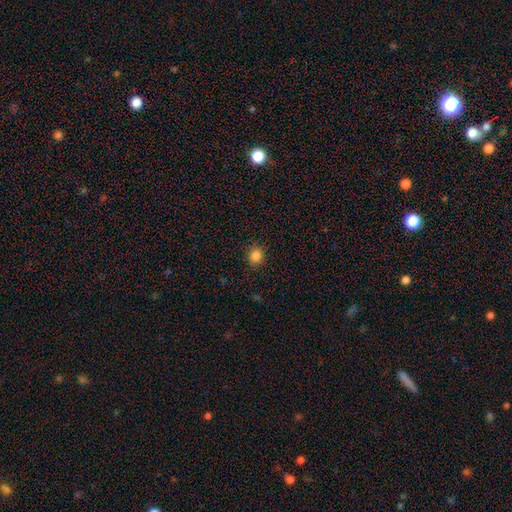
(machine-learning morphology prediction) smooth-or-featured: smooth: 85% | star or artifact: 12% | featured or disk: 3%
  how-rounded: round: 77% | in between: 22% | cigar-shaped: 1%
  merging: none: 88% | minor disturbance: 8% | major disturbance: 2% | merger: 1%